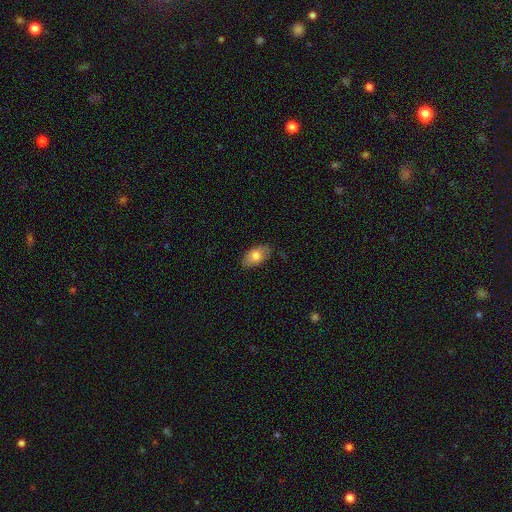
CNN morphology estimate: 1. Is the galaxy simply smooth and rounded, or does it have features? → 77% smooth, 16% featured or disk, 7% star or artifact.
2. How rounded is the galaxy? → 93% in between, 5% round, 2% cigar-shaped.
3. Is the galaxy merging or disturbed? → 81% none, 15% minor disturbance, 3% major disturbance, 1% merger.